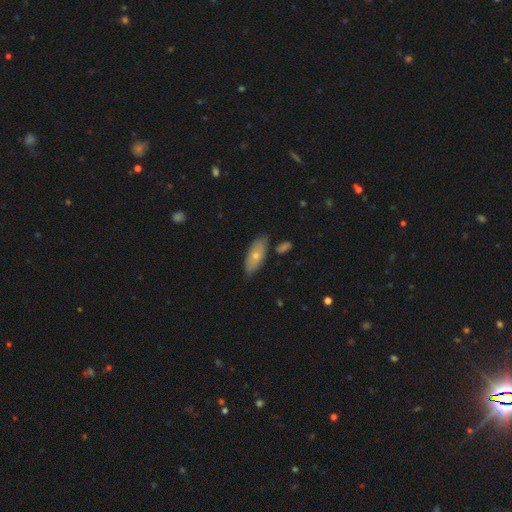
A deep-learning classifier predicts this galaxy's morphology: Overall: smooth (66%; featured or disk 28%). How rounded: in between (84%). Merging: none (74%).